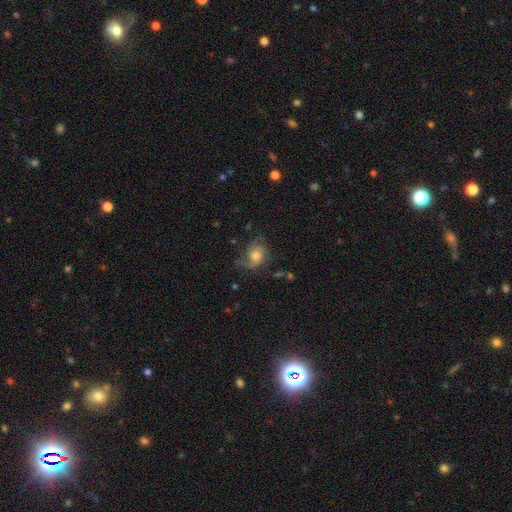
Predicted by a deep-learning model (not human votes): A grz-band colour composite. It shows a featured or disk galaxy (59%) with no bar (74%), spiral arms (86%) and a moderate central bulge (60%). Merging: none (54%).